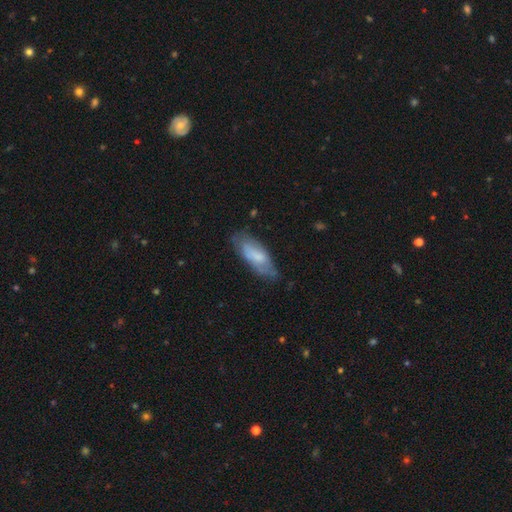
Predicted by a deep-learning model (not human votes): Smooth or featured?
  - smooth: 65% *
  - featured or disk: 29%
  - star or artifact: 6%
How rounded?
  - in between: 68% *
  - cigar-shaped: 30%
  - round: 2%
Merging?
  - none: 66% *
  - minor disturbance: 25%
  - major disturbance: 7%
  - merger: 2%